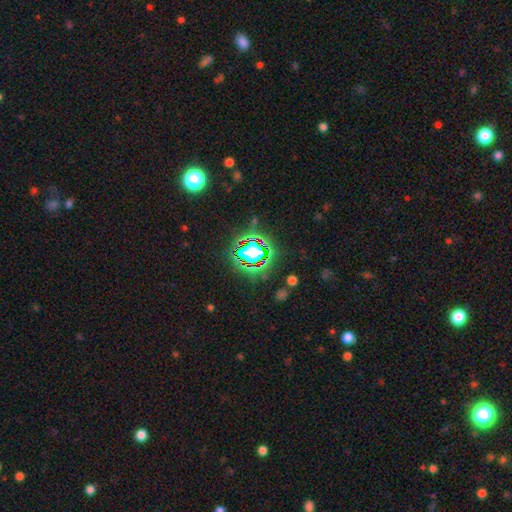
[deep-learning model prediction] smooth-or-featured: star or artifact: 65% | smooth: 22% | featured or disk: 13%